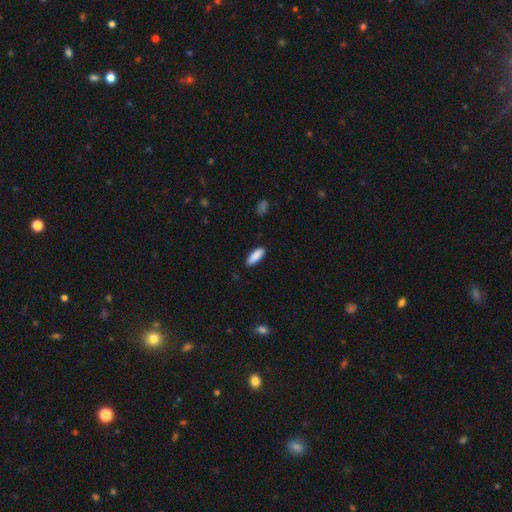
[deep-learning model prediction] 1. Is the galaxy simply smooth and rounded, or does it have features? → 89% smooth, 6% star or artifact, 5% featured or disk.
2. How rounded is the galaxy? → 60% in between, 39% cigar-shaped, 2% round.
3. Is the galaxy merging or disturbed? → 88% none, 9% minor disturbance, 2% major disturbance, 1% merger.